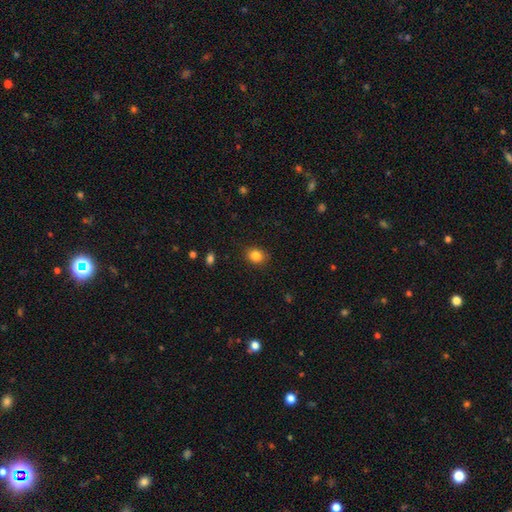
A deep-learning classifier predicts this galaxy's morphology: Smooth or featured? smooth (84%)
How rounded? round (61%)
Merging? none (87%)